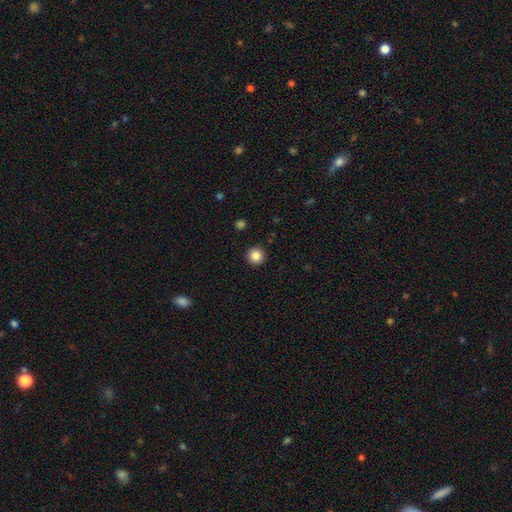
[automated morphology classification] The model was most divided on "smooth or featured": smooth: 85%, star or artifact: 10%, featured or disk: 4%. More confident: how rounded — round (96%); merging — none (93%).